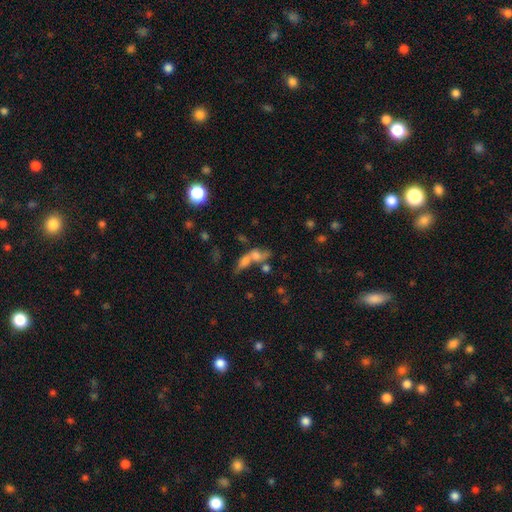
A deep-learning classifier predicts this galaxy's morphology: Smooth or featured? smooth (51%)
How rounded? in between (62%)
Merging? merger (61%)